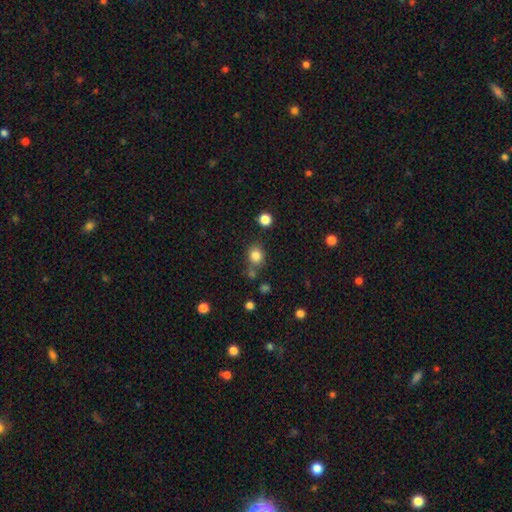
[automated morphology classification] Smooth or featured? smooth (83%)
How rounded? round (71%)
Merging? none (71%)